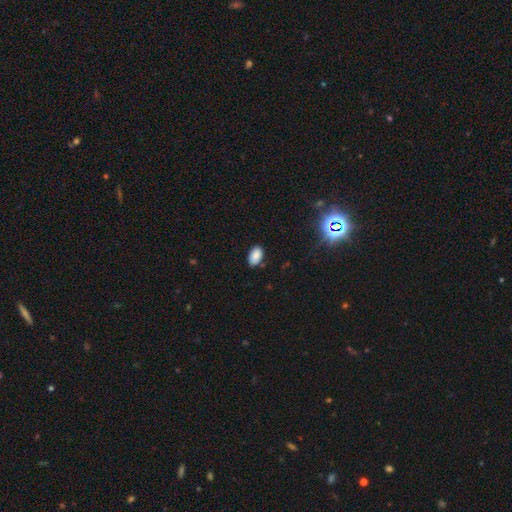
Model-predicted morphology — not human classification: Smooth or featured? smooth (83%)
How rounded? in between (94%)
Merging? none (81%)